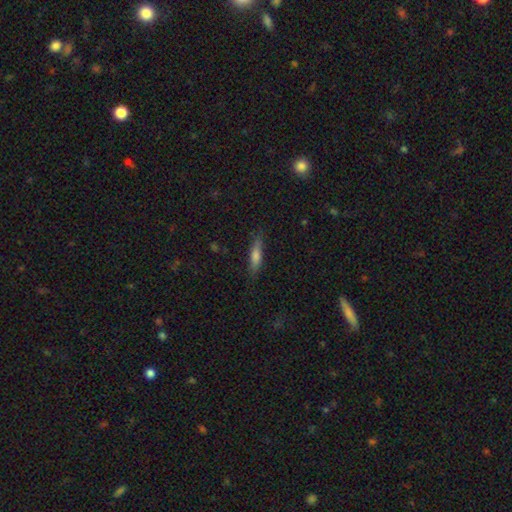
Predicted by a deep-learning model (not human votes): smooth_or_featured: smooth (p=0.63) [alt: featured or disk p=0.29]
how_rounded: cigar-shaped (p=0.76) [alt: in between p=0.22]
merging: none (p=0.85) [alt: minor disturbance p=0.12]